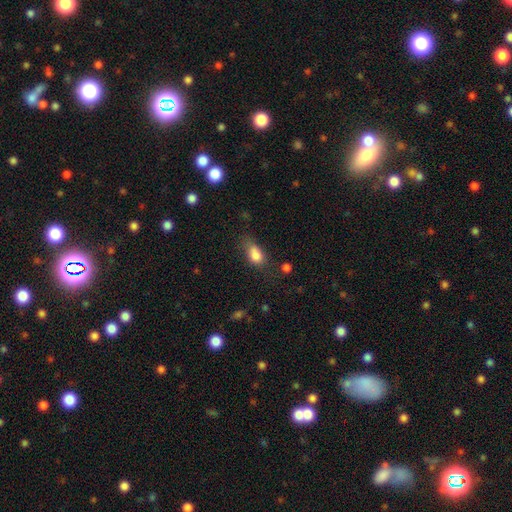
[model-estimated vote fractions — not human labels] smooth-or-featured: smooth: 81% | star or artifact: 9% | featured or disk: 9%
  how-rounded: in between: 81% | round: 14% | cigar-shaped: 6%
  merging: none: 42% | minor disturbance: 35% | major disturbance: 18% | merger: 6%